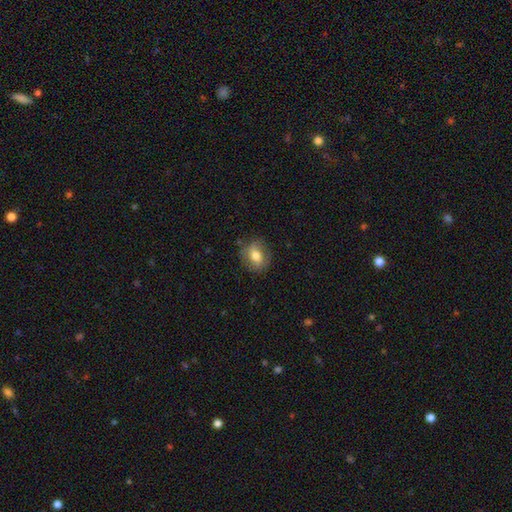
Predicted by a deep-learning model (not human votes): This appears to be a smooth galaxy with no disk features (70%) that is in between round and cigar-shaped (51%). Merging: none (79%).